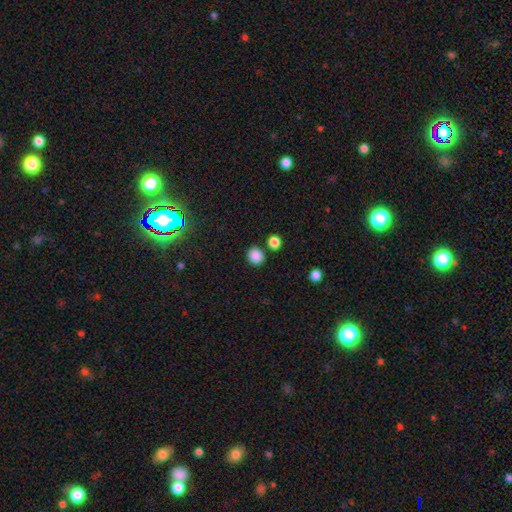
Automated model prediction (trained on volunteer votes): smooth_or_featured: smooth (p=0.86) [alt: star or artifact p=0.11]
how_rounded: round (p=0.84) [alt: in between p=0.15]
merging: none (p=0.84) [alt: minor disturbance p=0.08]